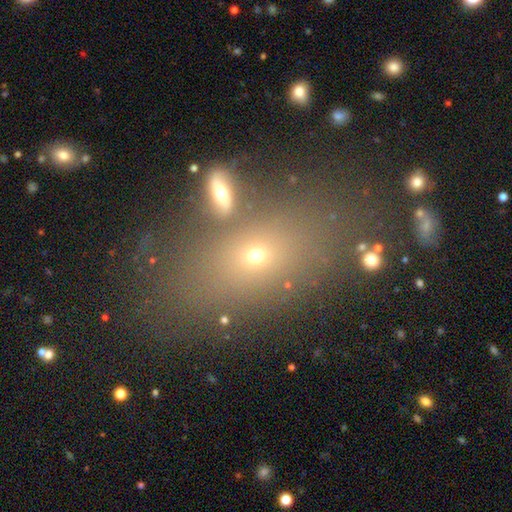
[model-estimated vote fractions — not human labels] smooth_or_featured: smooth (p=0.63) [alt: star or artifact p=0.20]
how_rounded: in between (p=0.74) [alt: round p=0.21]
merging: none (p=0.62) [alt: merger p=0.19]